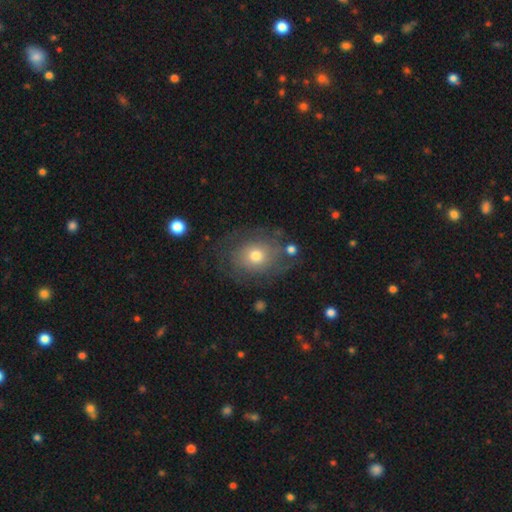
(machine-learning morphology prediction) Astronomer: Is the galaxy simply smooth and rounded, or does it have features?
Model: smooth — 46% (runner-up: featured or disk, 44%).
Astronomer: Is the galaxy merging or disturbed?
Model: none — 66%.